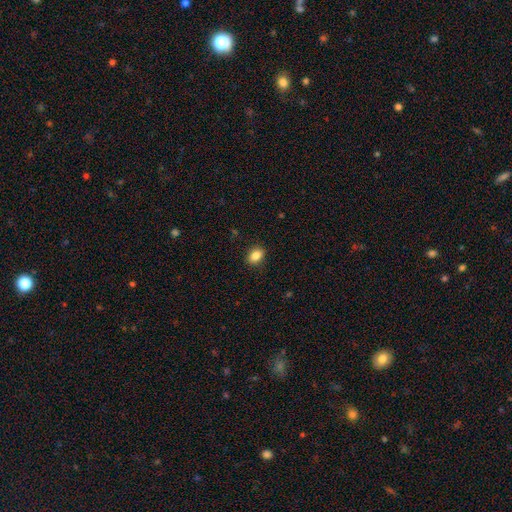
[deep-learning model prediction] smooth_or_featured: smooth (p=0.85) [alt: star or artifact p=0.09]
how_rounded: in between (p=0.72) [alt: round p=0.27]
merging: none (p=0.89) [alt: minor disturbance p=0.08]